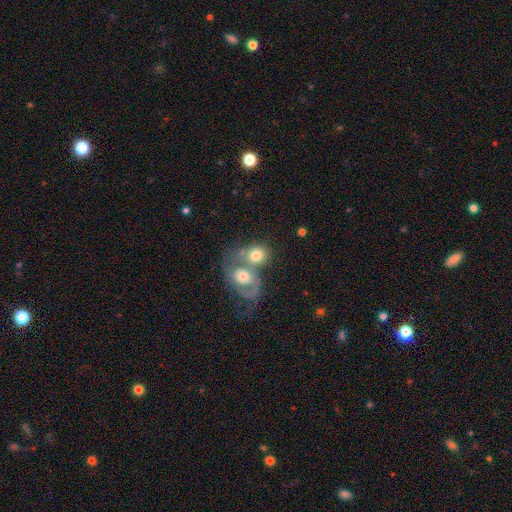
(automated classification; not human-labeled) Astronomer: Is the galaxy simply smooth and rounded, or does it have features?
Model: smooth — 56% (runner-up: featured or disk, 36%).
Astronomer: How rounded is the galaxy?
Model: round — 60% (runner-up: in between, 39%).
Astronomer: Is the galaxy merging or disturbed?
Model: merger — 62%.